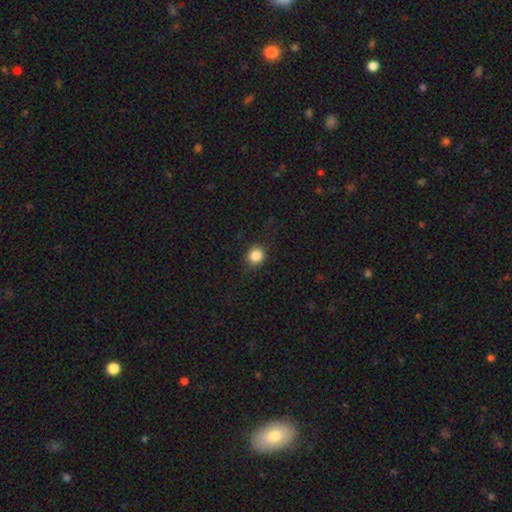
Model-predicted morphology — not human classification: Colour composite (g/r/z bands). It shows a smooth galaxy with no disk features (86%) that is round (83%). Merging: none (88%).